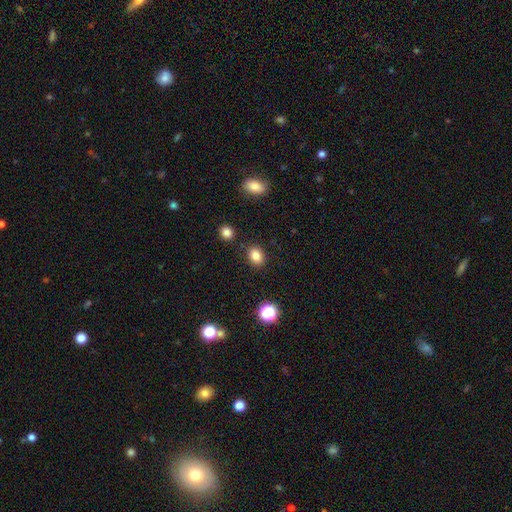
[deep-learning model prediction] smooth 83%, star or artifact 11%, featured or disk 6%. Down the decision tree: how rounded — in between (59%); merging — none (86%).